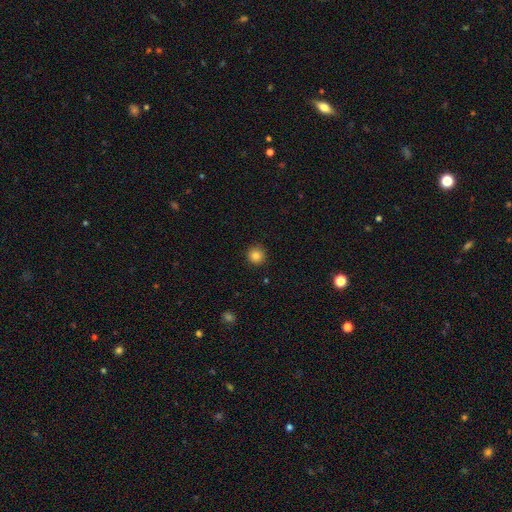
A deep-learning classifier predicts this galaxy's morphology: A smooth galaxy with no disk features (84%) that is round (95%). Merging: none (92%).